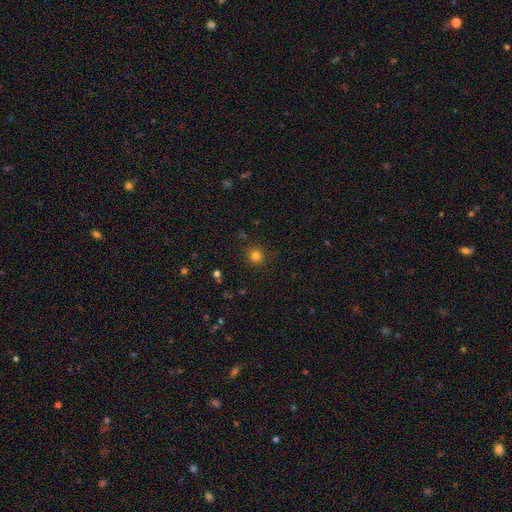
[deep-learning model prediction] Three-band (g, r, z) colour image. It shows a smooth galaxy with no disk features (80%) that is round (92%). Merging: none (89%).